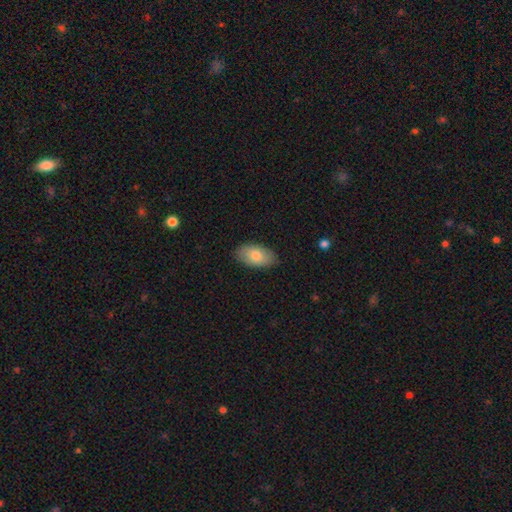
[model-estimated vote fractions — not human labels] Smooth or featured? Predicted: smooth (p=0.78). How rounded? Predicted: in between (p=0.94). Merging? Predicted: none (p=0.84).